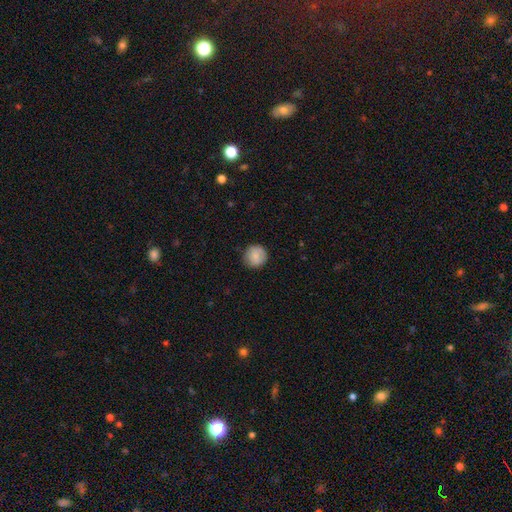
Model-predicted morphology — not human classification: A smooth galaxy with no disk features (83%) that is round (92%).

Vote fractions:
- Smooth or featured? smooth: 83% / featured or disk: 10% / star or artifact: 7%
- How rounded? round: 92% / in between: 7% / cigar-shaped: 1%
- Merging? none: 85% / minor disturbance: 11% / major disturbance: 3% / merger: 1%